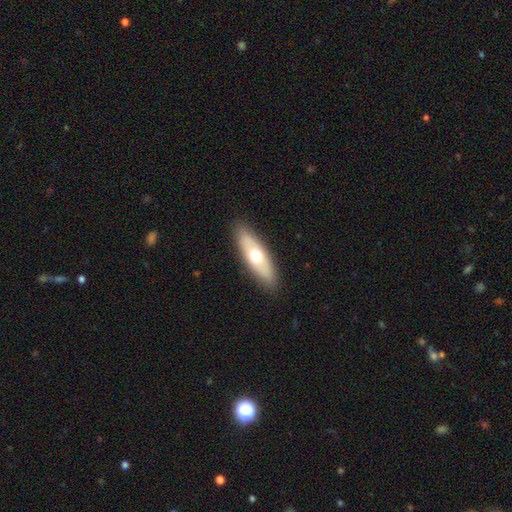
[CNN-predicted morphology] This is possibly a smooth galaxy (55%). How rounded: possibly in between (55%). Merging: clearly none (88%).